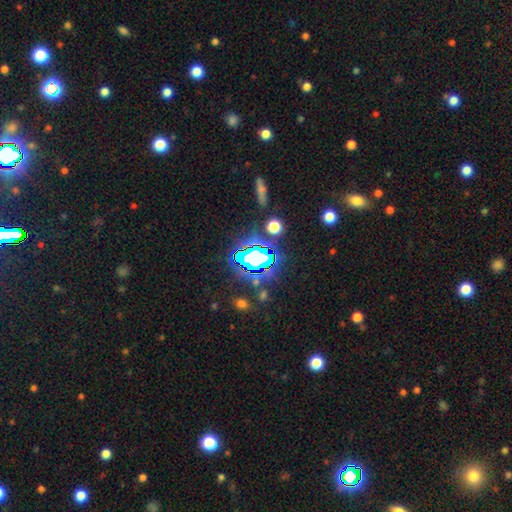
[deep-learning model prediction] A star or artifact, not a galaxy (63%).